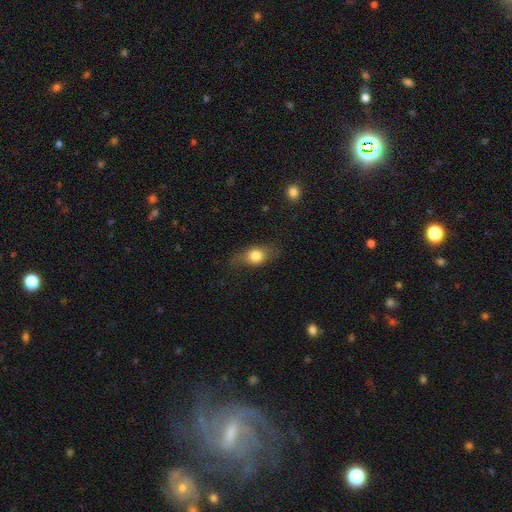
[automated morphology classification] Smooth or featured? smooth (74%)
How rounded? in between (65%)
Merging? none (66%)